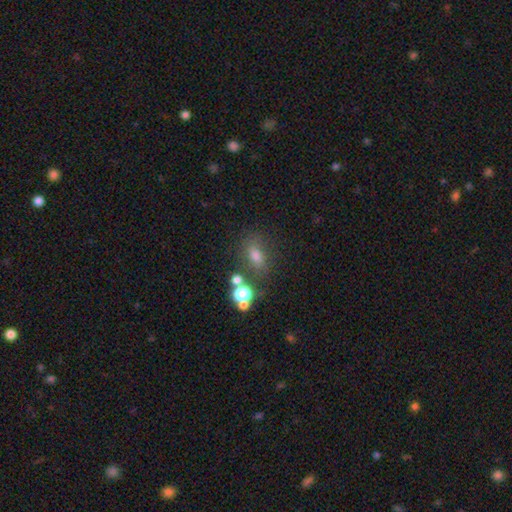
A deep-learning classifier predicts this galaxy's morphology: The model was most divided on "smooth or featured": smooth: 64%, star or artifact: 23%, featured or disk: 13%. More confident: how rounded — in between (68%); merging — none (66%).